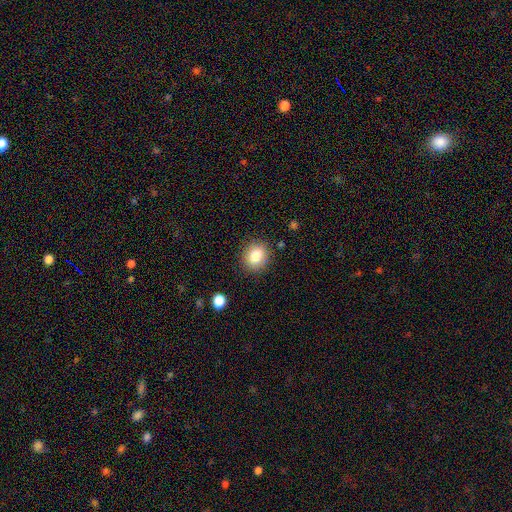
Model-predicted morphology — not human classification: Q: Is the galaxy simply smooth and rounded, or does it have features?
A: smooth — 82%.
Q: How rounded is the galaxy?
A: round — 65%.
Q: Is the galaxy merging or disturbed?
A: none — 86%.